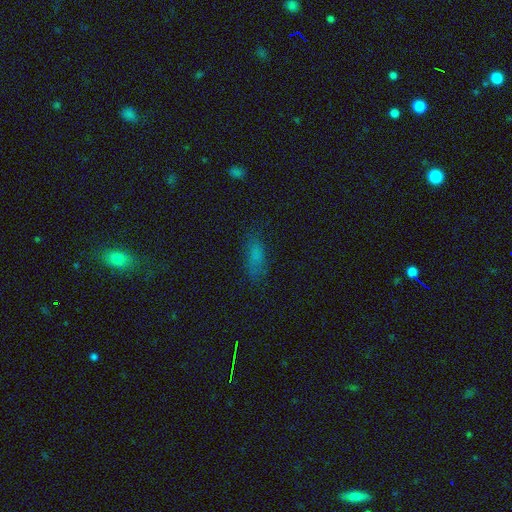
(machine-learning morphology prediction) Smooth or featured?
  - smooth: 71% *
  - star or artifact: 17%
  - featured or disk: 12%
How rounded?
  - in between: 66% *
  - cigar-shaped: 30%
  - round: 4%
Merging?
  - none: 74% *
  - minor disturbance: 18%
  - major disturbance: 7%
  - merger: 2%